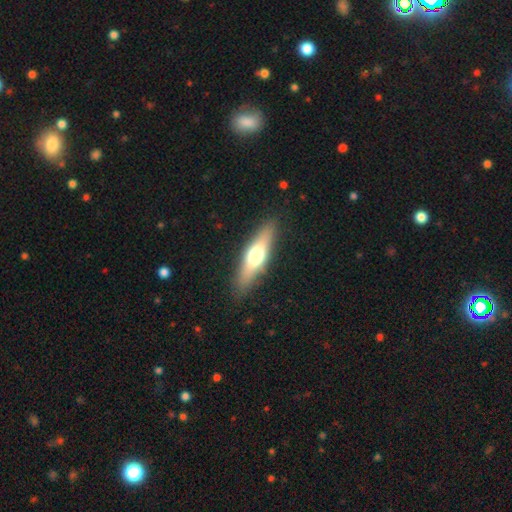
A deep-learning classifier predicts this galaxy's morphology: type=smooth (47%); merging=none (88%).